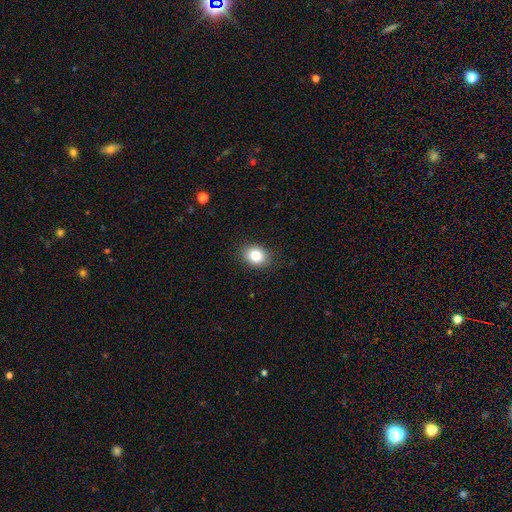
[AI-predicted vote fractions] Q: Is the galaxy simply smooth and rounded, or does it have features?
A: smooth — 83%.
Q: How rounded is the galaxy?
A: in between — 58%.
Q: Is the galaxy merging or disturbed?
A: none — 87%.